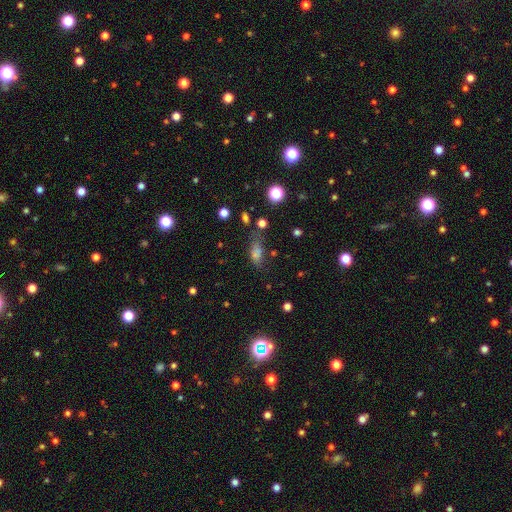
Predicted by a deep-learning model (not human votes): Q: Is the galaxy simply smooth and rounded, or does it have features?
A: smooth — 54%.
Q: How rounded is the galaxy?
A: in between — 63%.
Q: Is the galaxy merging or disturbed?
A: none — 61%.